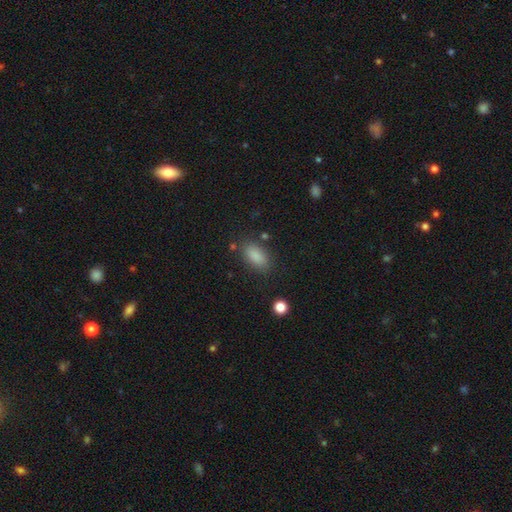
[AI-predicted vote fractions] Q: Smooth or featured?
A: smooth (86%); runner-up: star or artifact (8%)
Q: How rounded?
A: in between (89%); runner-up: cigar-shaped (7%)
Q: Merging?
A: none (80%); runner-up: minor disturbance (13%)